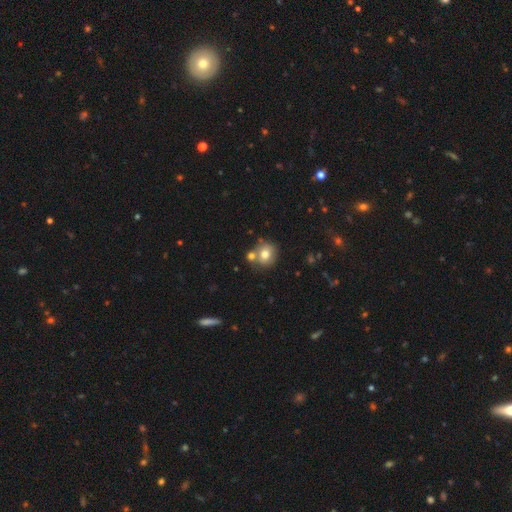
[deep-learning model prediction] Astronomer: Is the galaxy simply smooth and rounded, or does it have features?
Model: smooth — 74%.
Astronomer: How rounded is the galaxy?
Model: round — 81%.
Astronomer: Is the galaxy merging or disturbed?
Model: none — 61%.